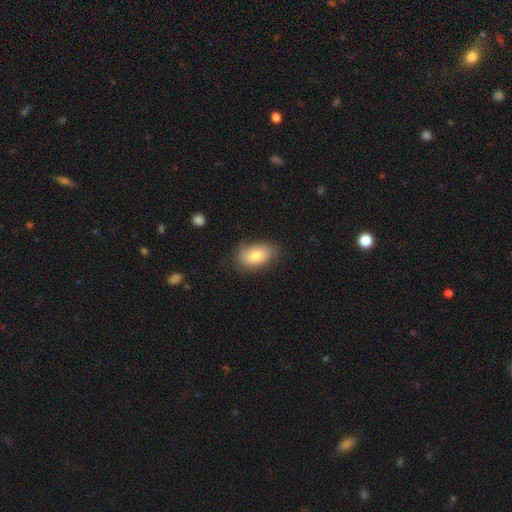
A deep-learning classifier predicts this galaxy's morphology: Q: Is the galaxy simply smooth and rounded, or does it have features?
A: smooth — 79%.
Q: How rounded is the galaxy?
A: in between — 91%.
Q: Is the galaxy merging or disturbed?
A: none — 76%.